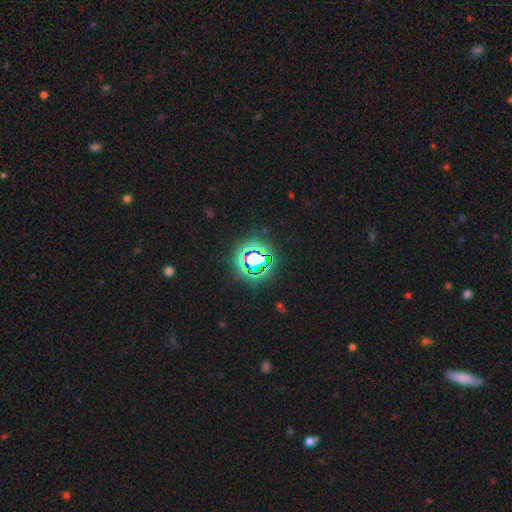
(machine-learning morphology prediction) The model was most divided on "smooth or featured": star or artifact: 69%, smooth: 20%, featured or disk: 11%.